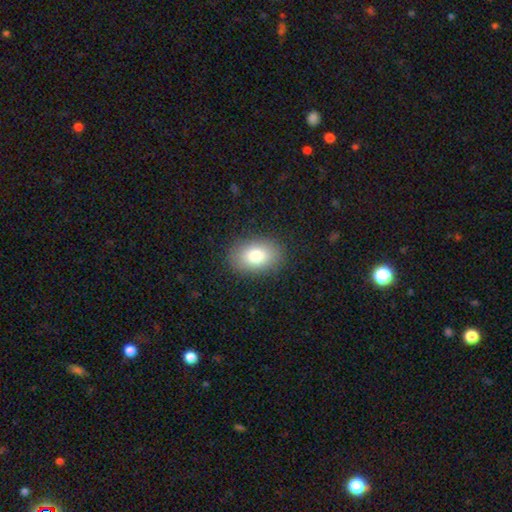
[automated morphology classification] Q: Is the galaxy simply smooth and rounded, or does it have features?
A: smooth — 81%.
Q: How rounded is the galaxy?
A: in between — 83%.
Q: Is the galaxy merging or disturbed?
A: none — 87%.